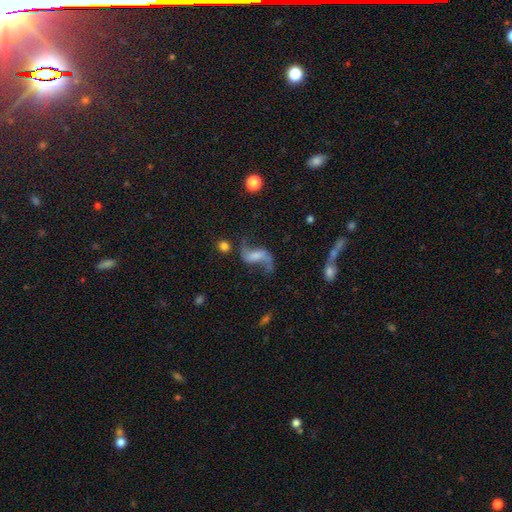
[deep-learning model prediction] smooth_or_featured: featured or disk (p=0.80) [alt: smooth p=0.11]
disk_edge_on: no (p=0.96) [alt: yes p=0.04]
bar: weak (p=0.40) [alt: no p=0.35]
has_spiral_arms: yes (p=0.94) [alt: no p=0.06]
spiral_winding: loose (p=0.86) [alt: medium p=0.11]
spiral_arm_count: 2 (p=0.91) [alt: 1 p=0.04]
bulge_size: none (p=0.34) [alt: small p=0.30]
merging: none (p=0.63) [alt: minor disturbance p=0.17]